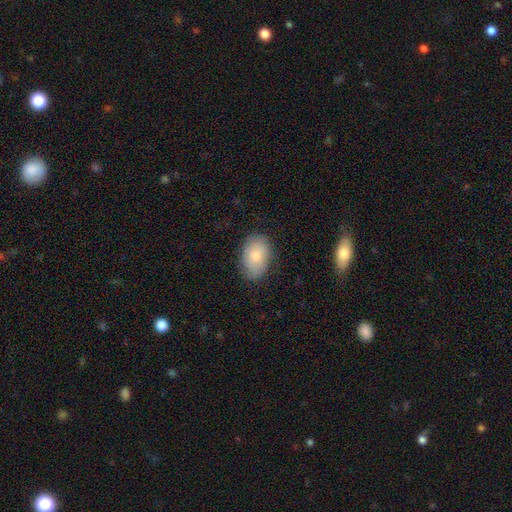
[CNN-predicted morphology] smooth-or-featured: smooth: 80% | featured or disk: 13% | star or artifact: 7%
  how-rounded: in between: 86% | round: 13% | cigar-shaped: 1%
  merging: none: 81% | minor disturbance: 15% | major disturbance: 3% | merger: 1%